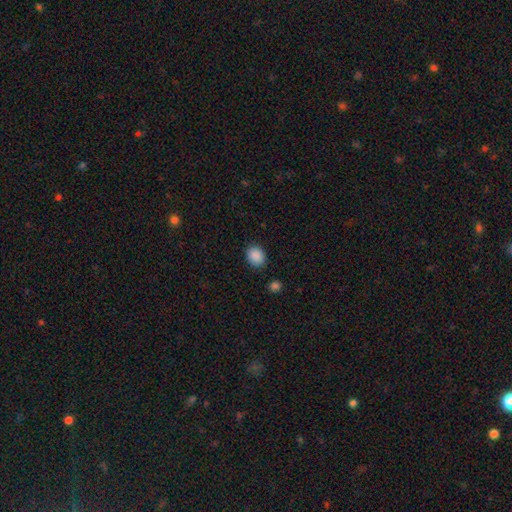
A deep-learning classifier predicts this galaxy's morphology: smooth_or_featured: smooth (p=0.89) [alt: star or artifact p=0.08]
how_rounded: in between (p=0.52) [alt: round p=0.47]
merging: none (p=0.87) [alt: minor disturbance p=0.09]